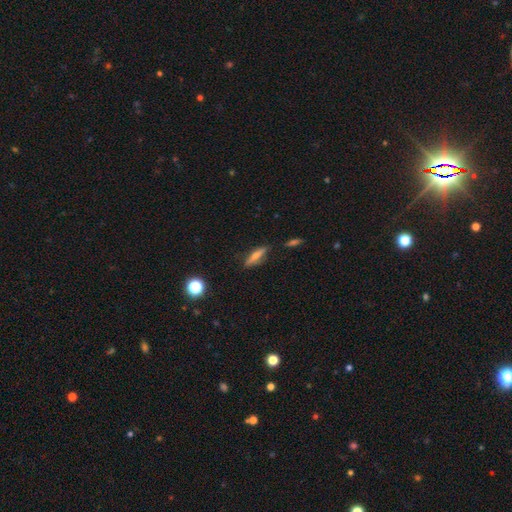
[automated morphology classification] A smooth galaxy with no disk features (57%) that is cigar-shaped (73%). Merging: none (79%).